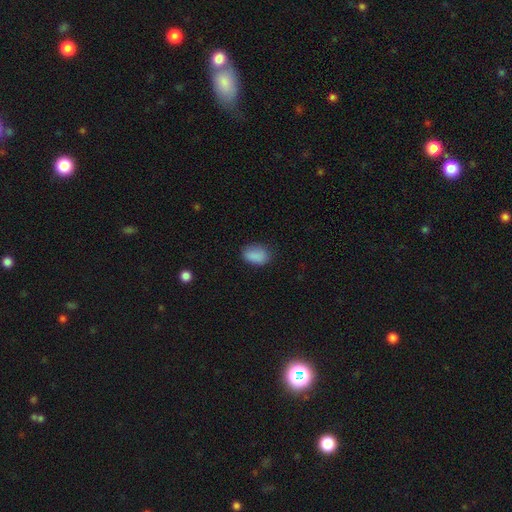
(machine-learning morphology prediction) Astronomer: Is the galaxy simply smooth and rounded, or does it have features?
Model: smooth — 87%.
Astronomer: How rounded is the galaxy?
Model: in between — 84%.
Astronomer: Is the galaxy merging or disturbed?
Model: none — 78%.